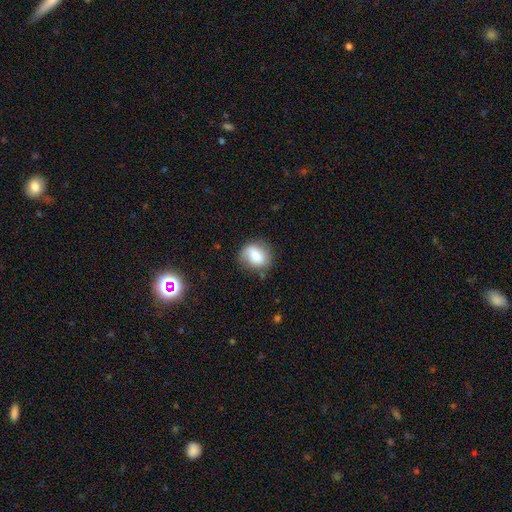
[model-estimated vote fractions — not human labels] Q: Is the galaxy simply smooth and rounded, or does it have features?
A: smooth — 66%.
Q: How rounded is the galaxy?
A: round — 60%.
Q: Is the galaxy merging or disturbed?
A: none — 70%.